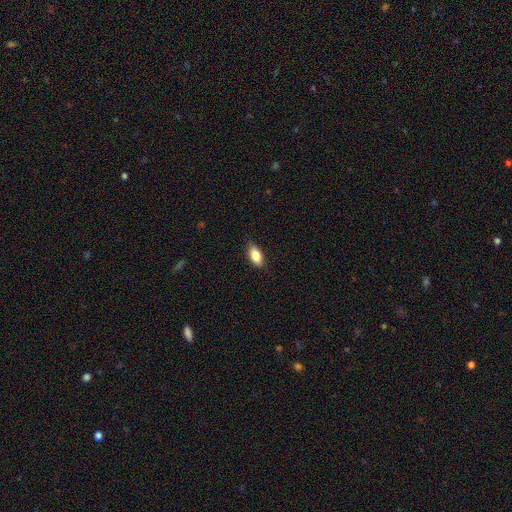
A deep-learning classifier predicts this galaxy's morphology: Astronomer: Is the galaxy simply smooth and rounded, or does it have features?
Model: smooth — 82%.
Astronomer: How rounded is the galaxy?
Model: in between — 87%.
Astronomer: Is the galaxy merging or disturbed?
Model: none — 82%.